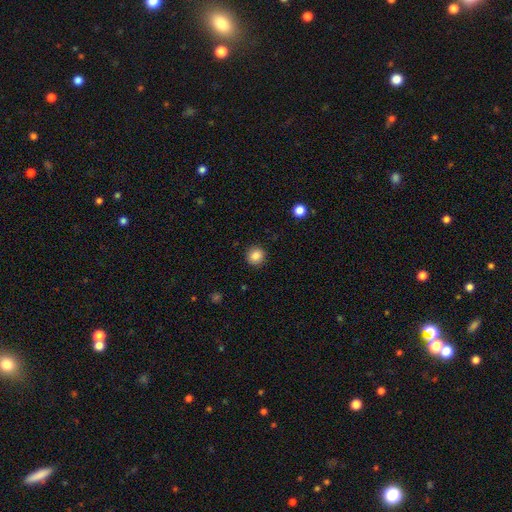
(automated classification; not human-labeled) Smooth or featured? smooth (86%)
How rounded? round (92%)
Merging? none (91%)